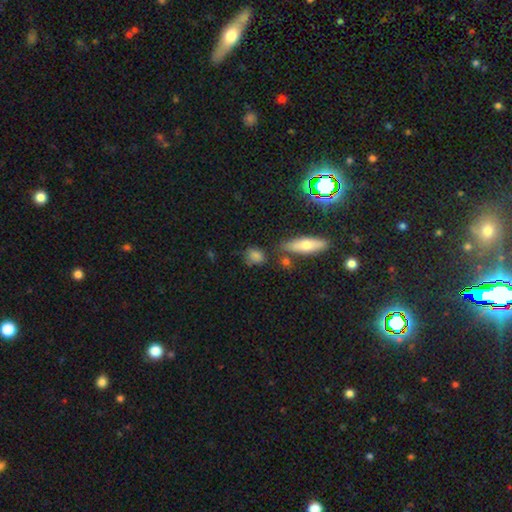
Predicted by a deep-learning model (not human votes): Q: Smooth or featured?
A: smooth (78%); runner-up: star or artifact (11%)
Q: How rounded?
A: in between (52%); runner-up: round (41%)
Q: Merging?
A: none (64%); runner-up: minor disturbance (20%)